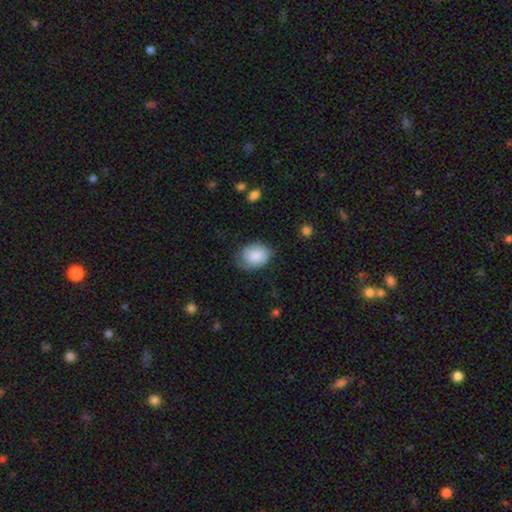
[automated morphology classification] A smooth galaxy with no disk features (79%) that is in between round and cigar-shaped (63%).

Vote fractions:
- Smooth or featured? smooth: 79% / featured or disk: 14% / star or artifact: 7%
- How rounded? in between: 63% / round: 36% / cigar-shaped: 1%
- Merging? none: 59% / minor disturbance: 30% / major disturbance: 9% / merger: 1%